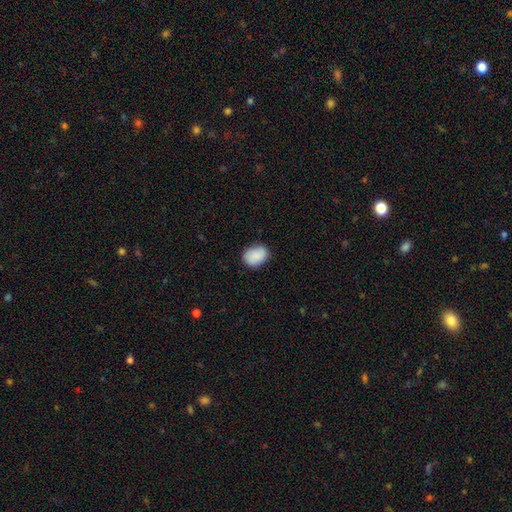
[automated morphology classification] smooth 85%, featured or disk 8%, star or artifact 7%. Down the decision tree: how rounded — in between (62%); merging — none (80%).